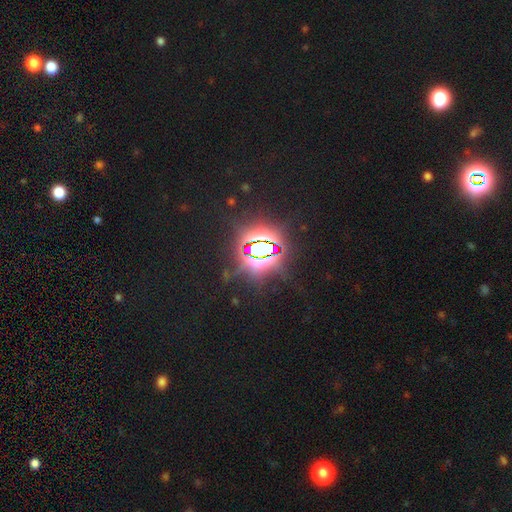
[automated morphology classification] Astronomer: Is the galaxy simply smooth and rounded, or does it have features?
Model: star or artifact — 80%.